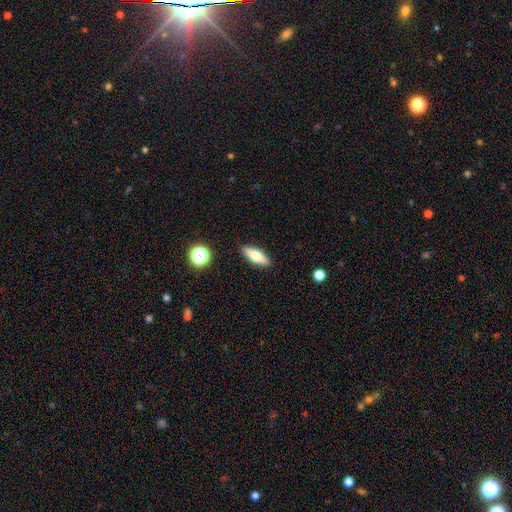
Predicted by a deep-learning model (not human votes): Smooth or featured? smooth (62%)
How rounded? in between (49%)
Merging? none (89%)